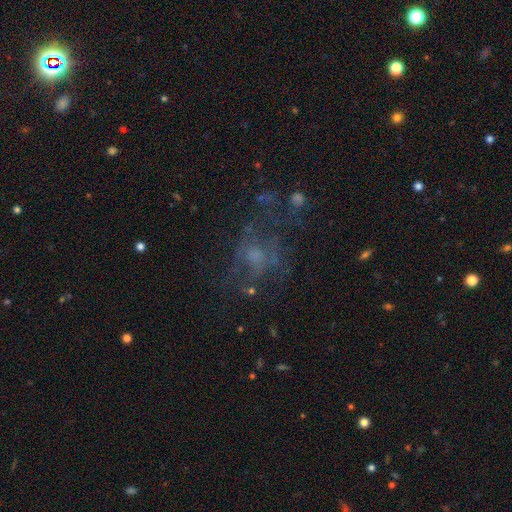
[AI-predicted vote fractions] smooth_or_featured: featured or disk (p=0.50) [alt: smooth p=0.29]
disk_edge_on: no (p=0.97) [alt: yes p=0.03]
merging: none (p=0.47) [alt: major disturbance p=0.31]